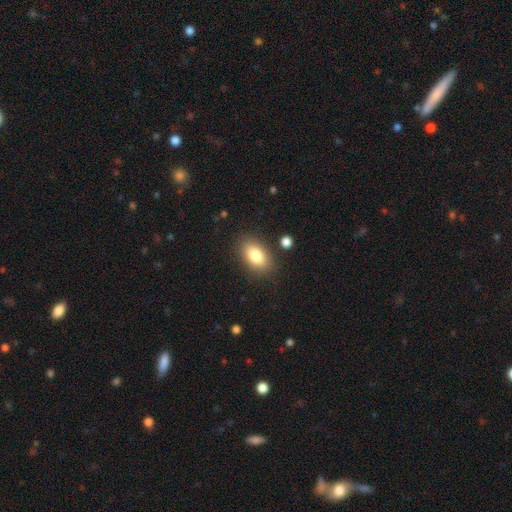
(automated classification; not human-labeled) Smooth or featured? smooth (82%)
How rounded? in between (90%)
Merging? none (84%)